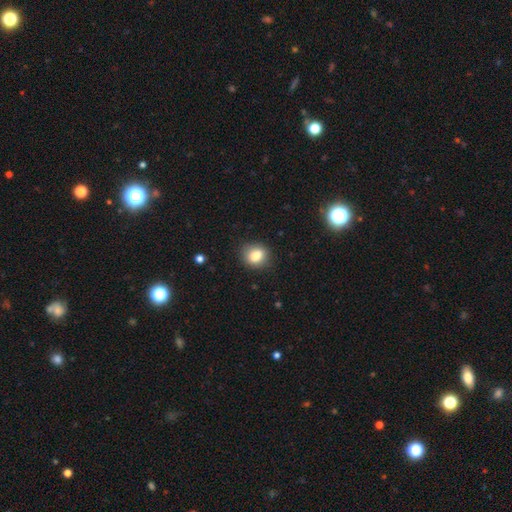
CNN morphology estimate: Smooth or featured? smooth (81%)
How rounded? round (59%)
Merging? none (85%)